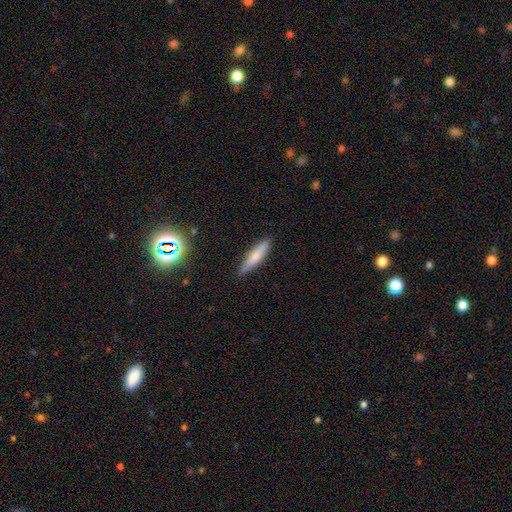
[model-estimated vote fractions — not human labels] Overall: smooth (73%). How rounded: cigar-shaped (78%). Merging: none (84%).